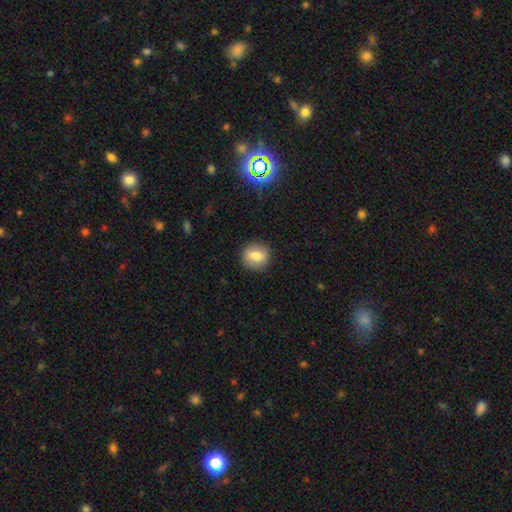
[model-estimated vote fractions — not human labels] Morphology: type=smooth (75%); roundness=round (82%); merging=none (89%).